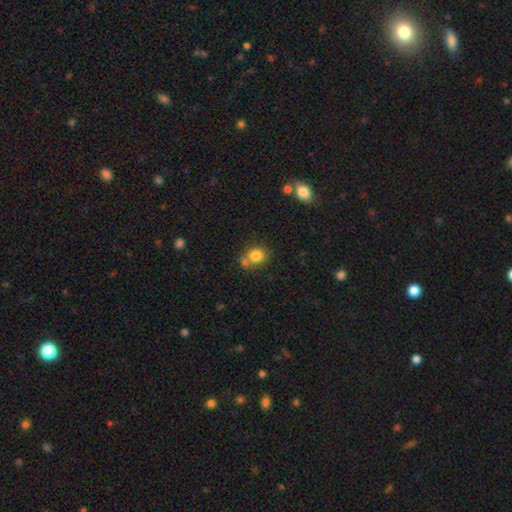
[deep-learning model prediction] This appears to be a smooth galaxy with no disk features (82%) that is round (72%). Merging: none (57%).